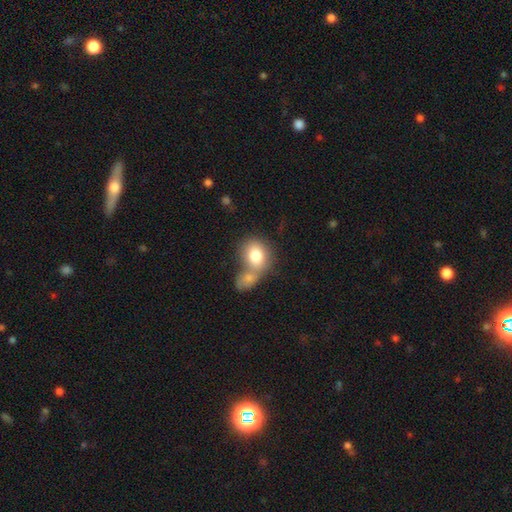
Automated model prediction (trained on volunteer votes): A smooth galaxy with no disk features (78%) that is round (55%). Merging: merger (53%).